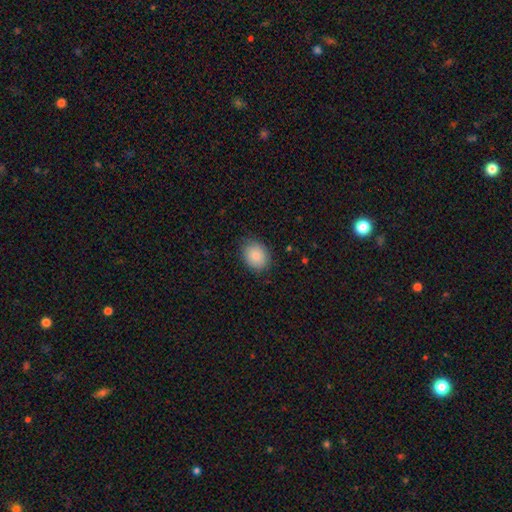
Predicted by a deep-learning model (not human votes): smooth 86%, star or artifact 8%, featured or disk 6%. Down the decision tree: how rounded — in between (56%); merging — none (84%).